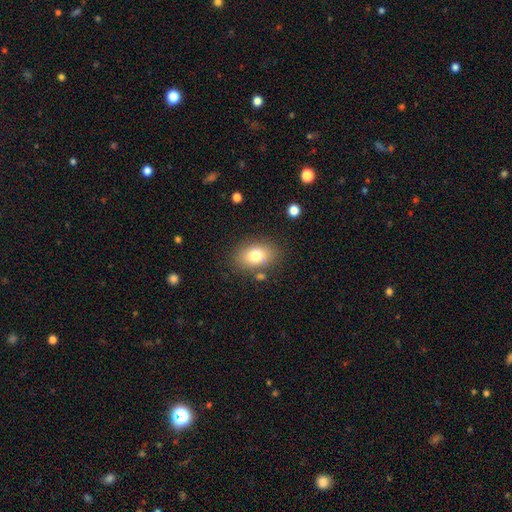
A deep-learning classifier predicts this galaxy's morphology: Smooth or featured? smooth (78%)
How rounded? in between (79%)
Merging? none (79%)